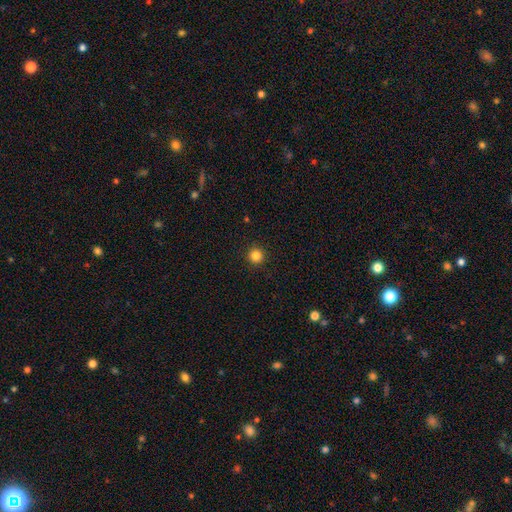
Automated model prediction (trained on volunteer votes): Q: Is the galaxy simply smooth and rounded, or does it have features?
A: smooth — 84%.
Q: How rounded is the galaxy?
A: round — 96%.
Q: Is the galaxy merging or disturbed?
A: none — 93%.